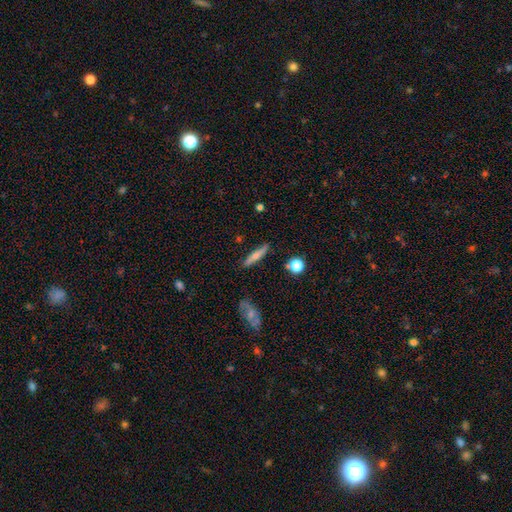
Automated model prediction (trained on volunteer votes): Morphology: type=smooth (54%); roundness=cigar-shaped (82%); merging=none (85%).